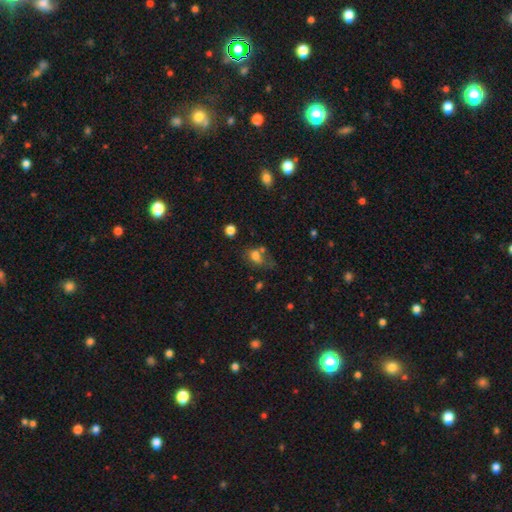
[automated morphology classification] Overall: smooth (69%). How rounded: in between (78%). Merging: none (39%; minor disturbance 22%).